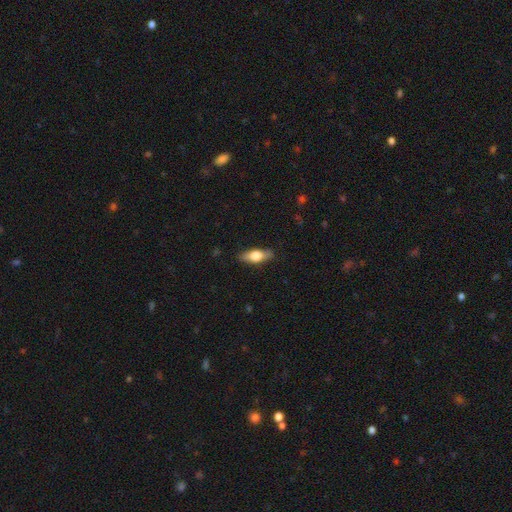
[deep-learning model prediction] Smooth or featured: smooth — 63% (featured or disk — 31%)
How rounded: in between — 69% (cigar-shaped — 28%)
Merging: none — 85% (minor disturbance — 11%)